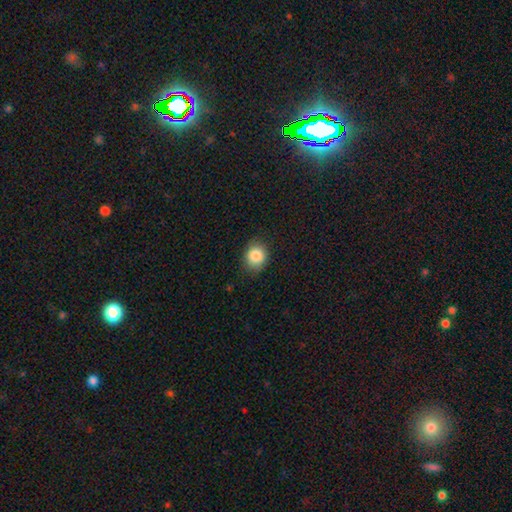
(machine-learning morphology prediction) smooth-or-featured: smooth: 85% | star or artifact: 9% | featured or disk: 5%
  how-rounded: round: 73% | in between: 26% | cigar-shaped: 1%
  merging: none: 84% | minor disturbance: 13% | major disturbance: 3% | merger: 1%